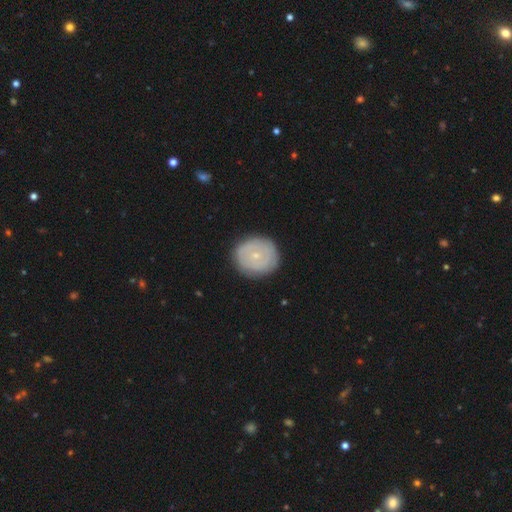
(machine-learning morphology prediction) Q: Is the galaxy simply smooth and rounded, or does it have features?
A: smooth — 47%, tied with featured or disk.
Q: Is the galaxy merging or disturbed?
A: none — 86%.